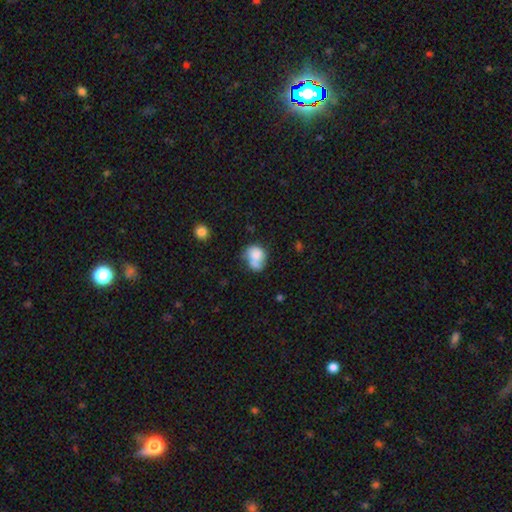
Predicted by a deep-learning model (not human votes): Smooth or featured? Predicted: smooth (p=0.73). How rounded? Predicted: round (p=0.52). Merging? Predicted: merger (p=0.33).